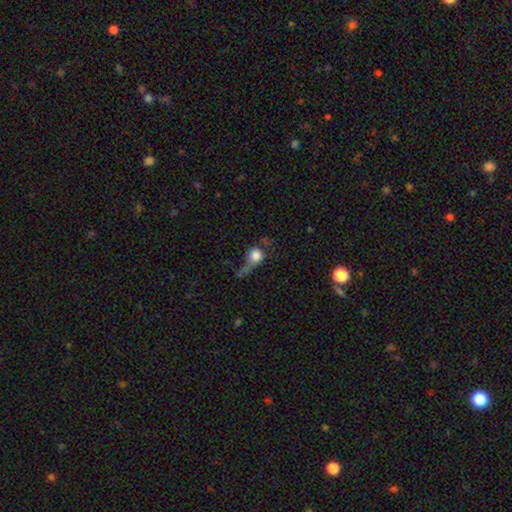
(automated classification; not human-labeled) Q: Smooth or featured?
A: smooth (72%); runner-up: featured or disk (17%)
Q: How rounded?
A: round (78%); runner-up: in between (19%)
Q: Merging?
A: major disturbance (44%); runner-up: none (24%)